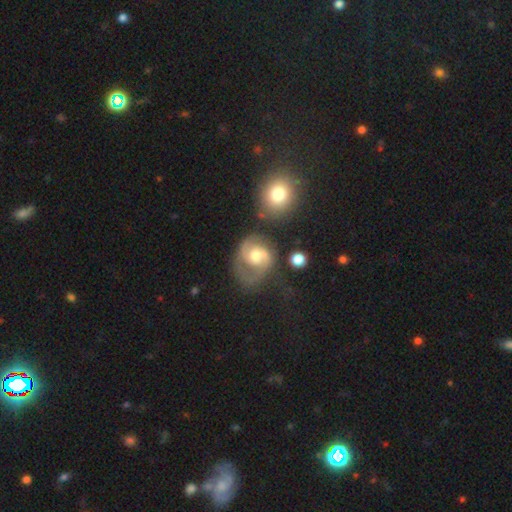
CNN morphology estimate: Smooth or featured: featured or disk — 76% (smooth — 18%)
Edge-on disk: no — 98% (yes — 2%)
Bar: no — 59% (weak — 35%)
Spiral arms: yes — 91% (no — 9%)
Spiral winding: medium — 48% (tight — 33%)
Spiral arm count: 2 — 69% (1 — 15%)
Bulge size: moderate — 64% (small — 17%)
Merging: none — 41% (major disturbance — 27%)